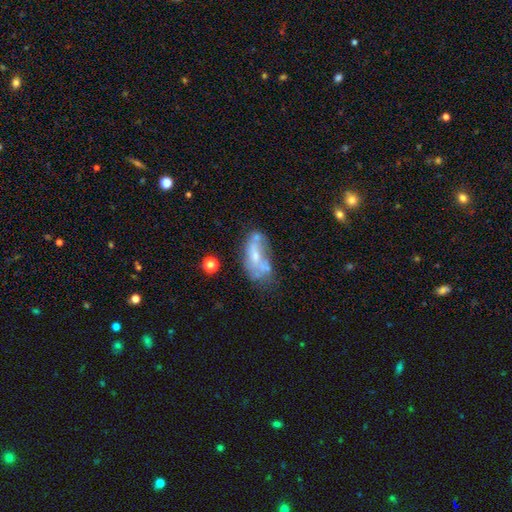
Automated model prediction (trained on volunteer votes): Smooth or featured: featured or disk — 50% (smooth — 32%)
Edge-on disk: no — 88% (yes — 12%)
Merging: none — 39% (merger — 22%)